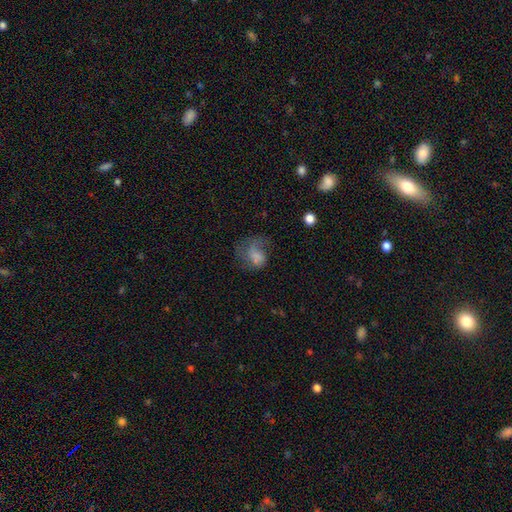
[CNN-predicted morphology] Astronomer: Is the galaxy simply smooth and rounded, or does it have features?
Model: smooth — 55% (runner-up: featured or disk, 33%).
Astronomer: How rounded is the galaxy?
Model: in between — 56% (runner-up: round, 43%).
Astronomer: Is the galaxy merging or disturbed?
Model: major disturbance — 47% (runner-up: none, 29%).